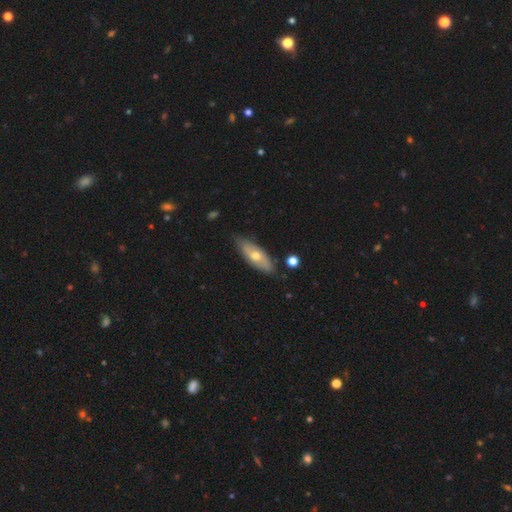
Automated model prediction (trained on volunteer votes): The model was most divided on "smooth or featured": smooth: 51%, featured or disk: 43%, star or artifact: 6%. More confident: merging — none (79%); how rounded — in between (66%).